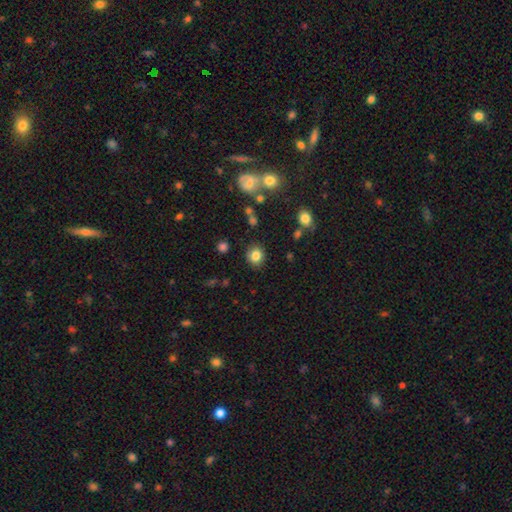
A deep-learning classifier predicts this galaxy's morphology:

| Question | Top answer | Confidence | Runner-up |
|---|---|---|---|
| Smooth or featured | smooth | 83% | star or artifact (11%) |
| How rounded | round | 79% | in between (20%) |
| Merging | none | 86% | minor disturbance (9%) |